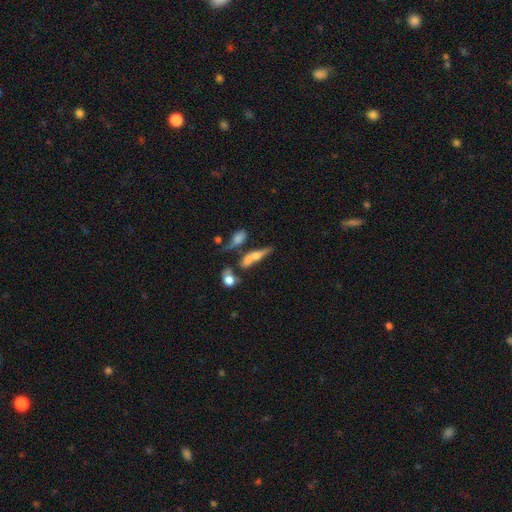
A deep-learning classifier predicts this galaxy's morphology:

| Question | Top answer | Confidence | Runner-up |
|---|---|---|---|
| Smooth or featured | smooth | 47% | featured or disk (42%) |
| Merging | merger | 38% | none (35%) |